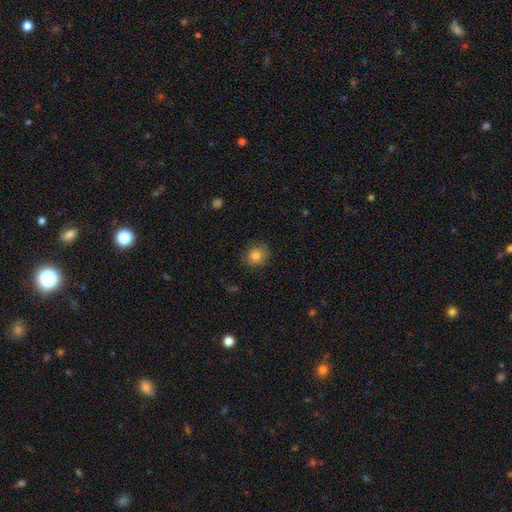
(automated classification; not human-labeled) This is clearly a smooth galaxy (82%). How rounded: likely round (76%). Merging: clearly none (80%).